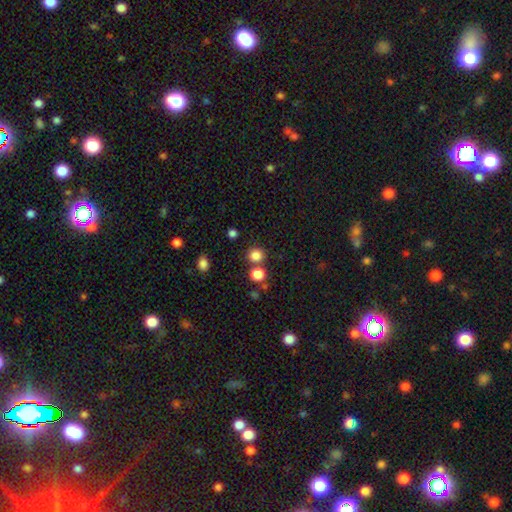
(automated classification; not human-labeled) Smooth or featured? Predicted: smooth (p=0.82). How rounded? Predicted: round (p=0.90). Merging? Predicted: none (p=0.74).